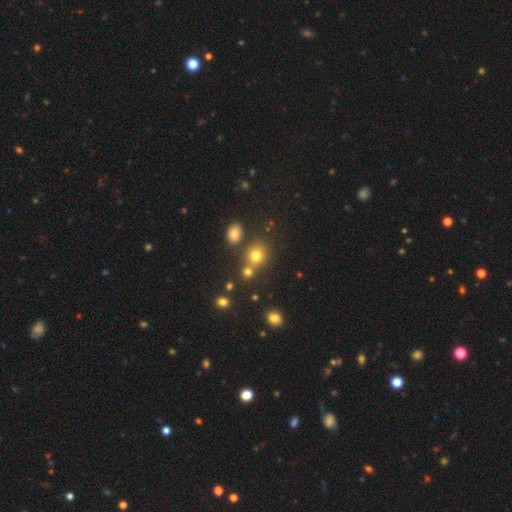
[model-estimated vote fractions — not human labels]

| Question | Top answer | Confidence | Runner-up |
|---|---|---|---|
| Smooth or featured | smooth | 73% | star or artifact (17%) |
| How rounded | round | 73% | in between (26%) |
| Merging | none | 63% | merger (22%) |